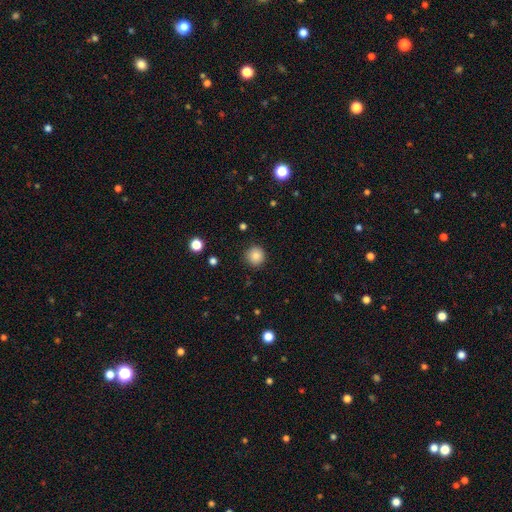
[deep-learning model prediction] A smooth galaxy with no disk features (85%) that is round (94%). Merging: none (89%).